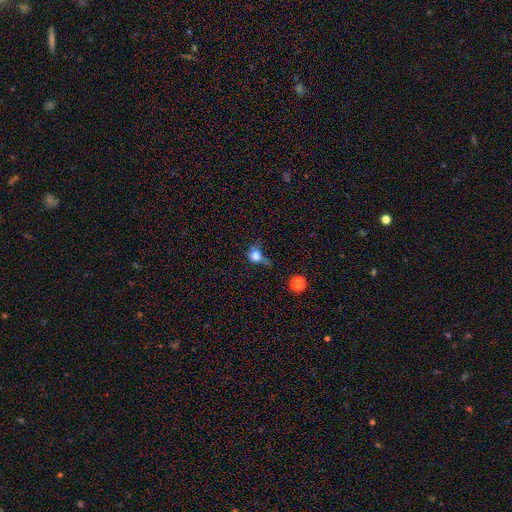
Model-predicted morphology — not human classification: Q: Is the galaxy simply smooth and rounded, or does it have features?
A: smooth — 75%.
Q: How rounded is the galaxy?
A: round — 70%.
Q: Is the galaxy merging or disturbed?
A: none — 34%.